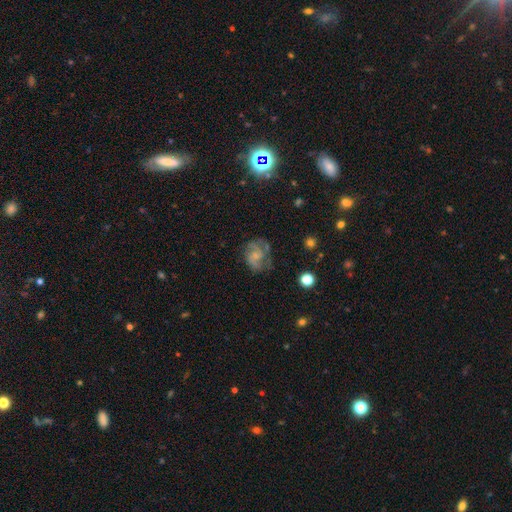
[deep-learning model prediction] smooth-or-featured: featured or disk: 63% | smooth: 27% | star or artifact: 10%
  disk-edge-on: no: 98% | yes: 2%
    bar: no: 65% | weak: 30% | strong: 5%
    has-spiral-arms: yes: 83% | no: 17%
      spiral-winding: medium: 47% | tight: 29% | loose: 24%
      spiral-arm-count: 2: 54% | can't tell: 21% | 3: 13% | 1: 5% | 4: 3% | more than 4: 3%
    bulge-size: small: 39% | none: 36% | moderate: 20% | large: 3% | dominant: 1%
  merging: none: 54% | minor disturbance: 23% | major disturbance: 20% | merger: 3%